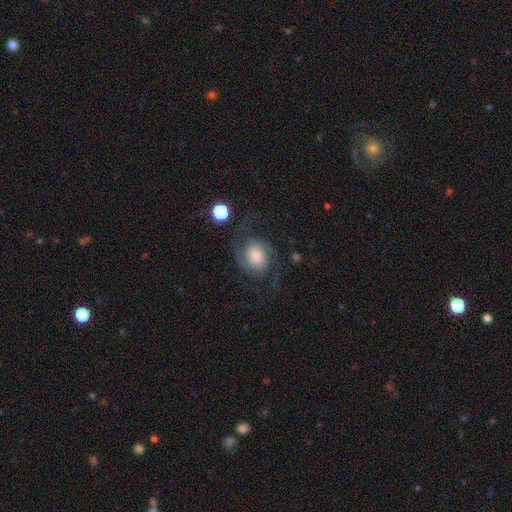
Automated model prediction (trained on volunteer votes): This appears to be a featured or disk galaxy (82%) with no bar (69%), 2 (91%) medium (51%) spiral arms (97%) and a moderate central bulge (34%). Merging: none (74%).